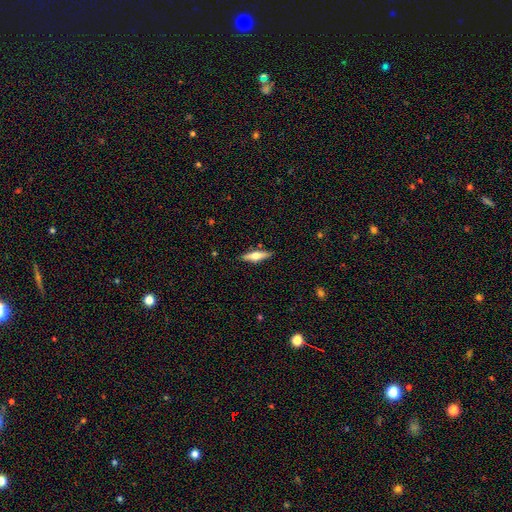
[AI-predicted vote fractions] smooth_or_featured: featured or disk (p=0.50) [alt: smooth p=0.44]
merging: none (p=0.88) [alt: minor disturbance p=0.09]